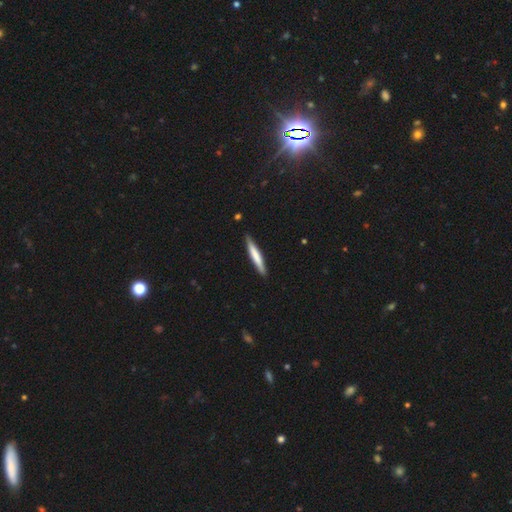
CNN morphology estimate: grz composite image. It shows a smooth galaxy with no disk features (65%) that is cigar-shaped (94%). Merging: none (88%).